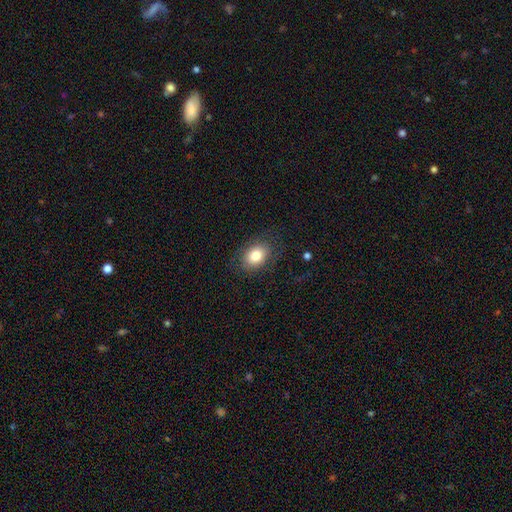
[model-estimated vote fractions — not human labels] A smooth galaxy with no disk features (82%) that is in between round and cigar-shaped (70%). Merging: none (81%).